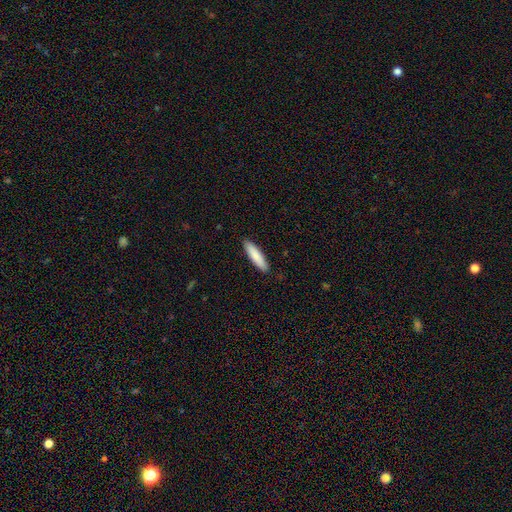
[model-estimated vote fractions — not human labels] Overall: smooth (85%). How rounded: cigar-shaped (77%). Merging: none (91%).